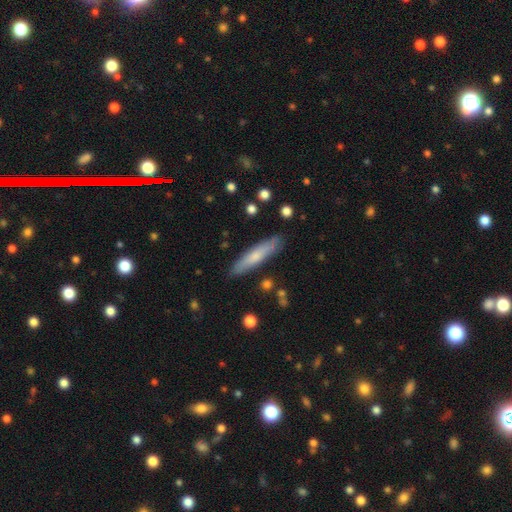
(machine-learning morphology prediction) Smooth or featured: smooth — 65% (featured or disk — 29%)
How rounded: cigar-shaped — 86% (in between — 12%)
Merging: none — 86% (minor disturbance — 10%)